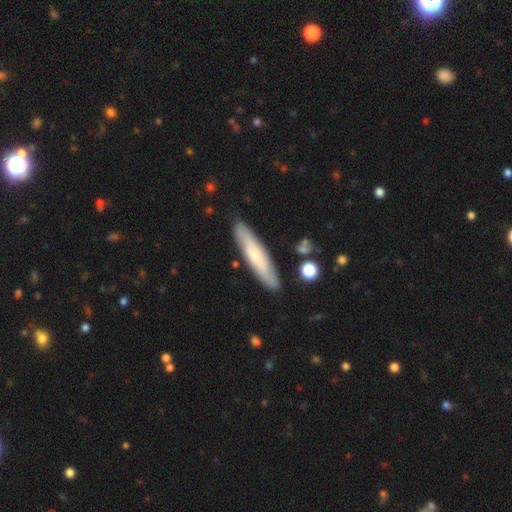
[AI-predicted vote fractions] Morphology: type=smooth (54%); roundness=cigar-shaped (85%); merging=none (87%).